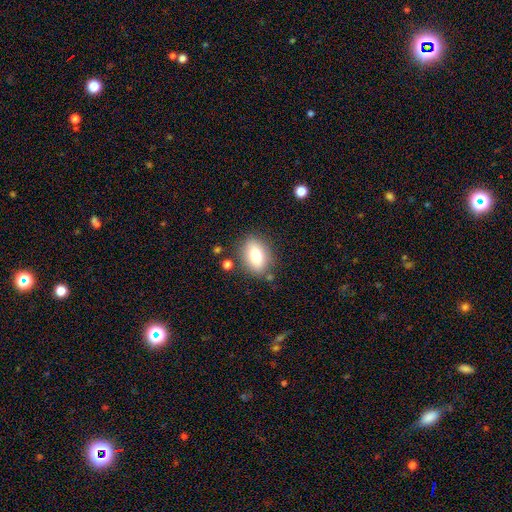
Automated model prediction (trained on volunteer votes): A smooth galaxy with no disk features (82%) that is in between round and cigar-shaped (87%).

Vote fractions:
- Smooth or featured? smooth: 82% / featured or disk: 11% / star or artifact: 7%
- How rounded? in between: 87% / round: 10% / cigar-shaped: 3%
- Merging? none: 78% / minor disturbance: 14% / major disturbance: 4% / merger: 4%